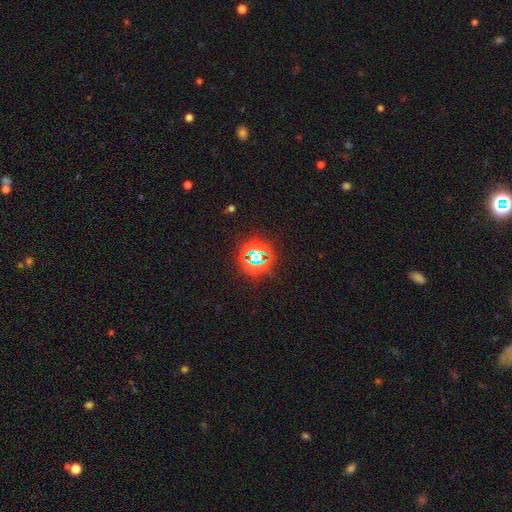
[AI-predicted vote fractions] A star or artifact, not a galaxy (74%).

Vote fractions:
- Smooth or featured? star or artifact: 74% / smooth: 17% / featured or disk: 9%